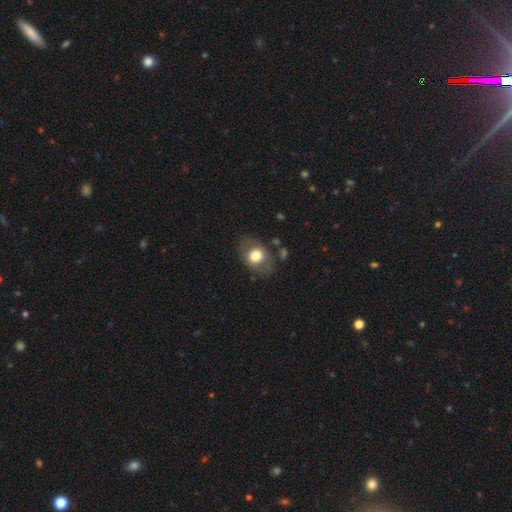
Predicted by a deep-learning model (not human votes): smooth 68%, featured or disk 24%, star or artifact 8%. Down the decision tree: how rounded — in between (56%); merging — none (72%).